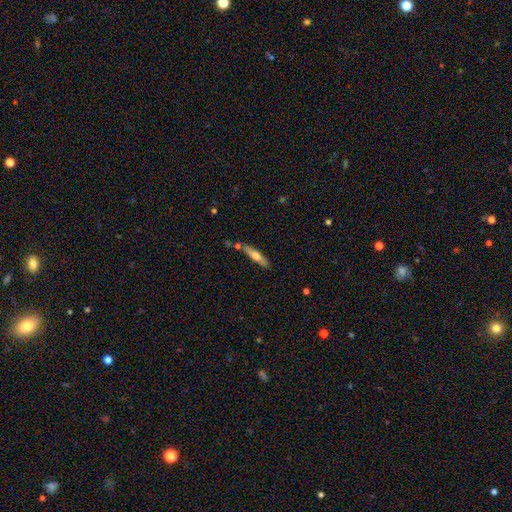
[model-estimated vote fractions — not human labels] The model was most divided on "smooth or featured": smooth: 56%, featured or disk: 38%, star or artifact: 6%. More confident: how rounded — cigar-shaped (79%); merging — none (75%).